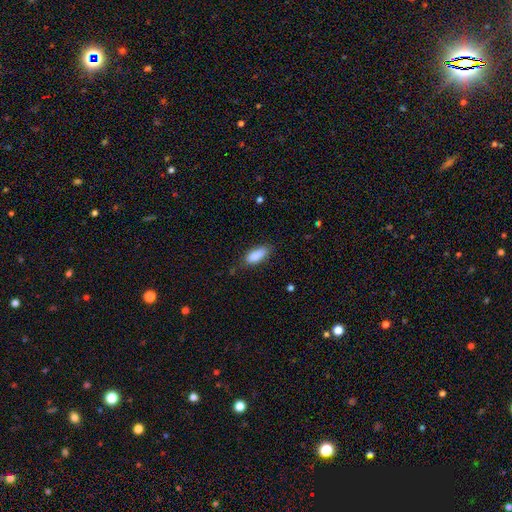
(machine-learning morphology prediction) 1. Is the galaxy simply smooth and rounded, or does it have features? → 87% smooth, 7% star or artifact, 6% featured or disk.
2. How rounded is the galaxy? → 76% in between, 22% cigar-shaped, 2% round.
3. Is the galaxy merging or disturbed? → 78% none, 17% minor disturbance, 3% major disturbance, 1% merger.